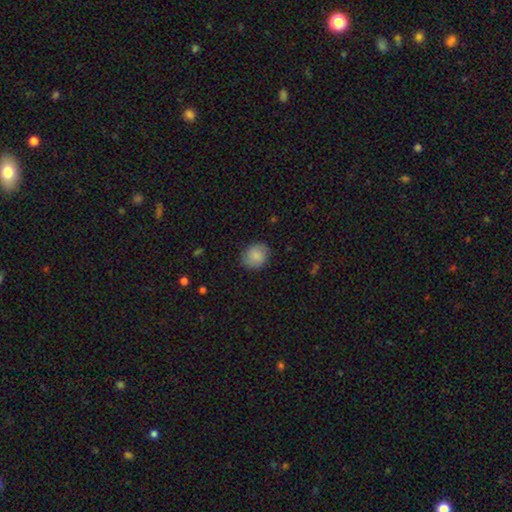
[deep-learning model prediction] This appears to be a smooth galaxy with no disk features (84%) that is round (70%). Merging: none (81%).